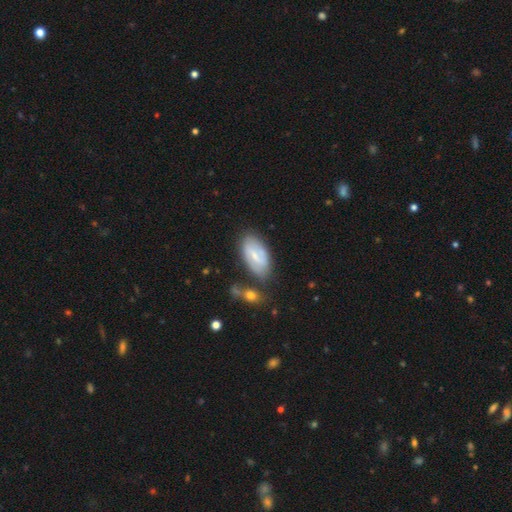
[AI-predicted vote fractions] Smooth or featured: featured or disk — 53% (smooth — 41%)
Edge-on disk: no — 92% (yes — 8%)
Merging: none — 68% (minor disturbance — 18%)